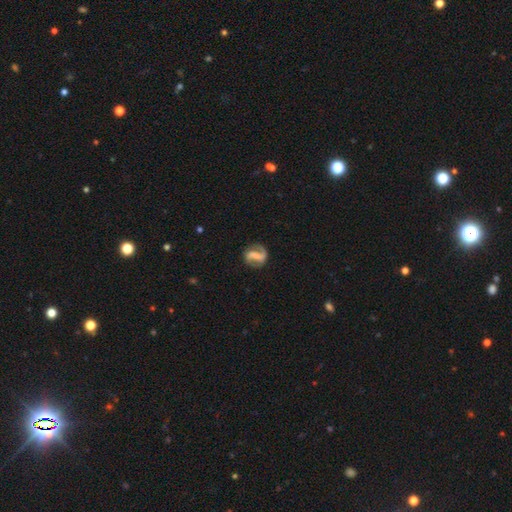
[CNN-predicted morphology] A featured or disk galaxy (76%) with a strong bar (54%), 2 (83%) medium (41%) spiral arms (90%) and no central bulge (58%). Merging: none (73%).